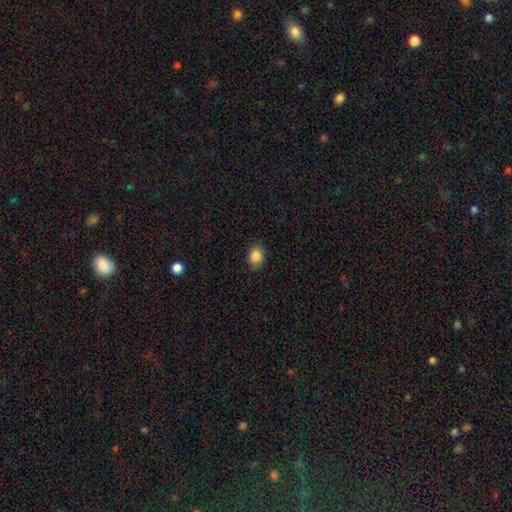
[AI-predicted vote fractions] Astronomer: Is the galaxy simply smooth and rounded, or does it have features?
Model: smooth — 86%.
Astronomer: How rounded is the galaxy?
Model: in between — 64%.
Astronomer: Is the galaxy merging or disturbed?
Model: none — 83%.